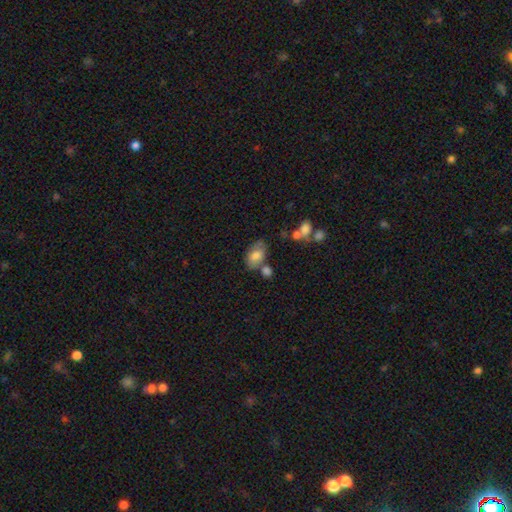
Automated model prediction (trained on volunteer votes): Smooth or featured?
  - smooth: 75% *
  - featured or disk: 17%
  - star or artifact: 8%
How rounded?
  - in between: 89% *
  - round: 10%
  - cigar-shaped: 2%
Merging?
  - none: 53% *
  - minor disturbance: 20%
  - merger: 20%
  - major disturbance: 7%